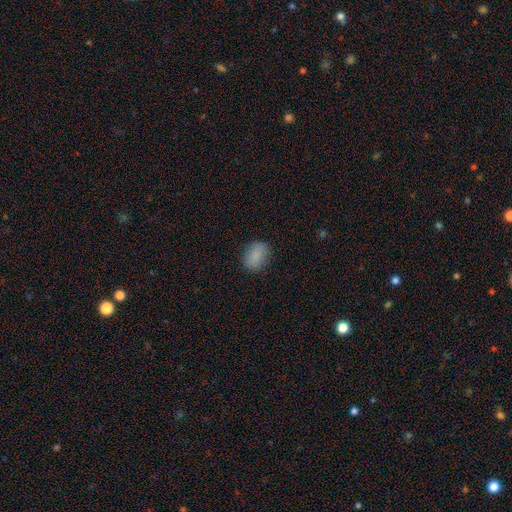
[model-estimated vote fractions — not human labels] This is clearly a smooth galaxy (86%). How rounded: likely in between (70%). Merging: clearly none (82%).